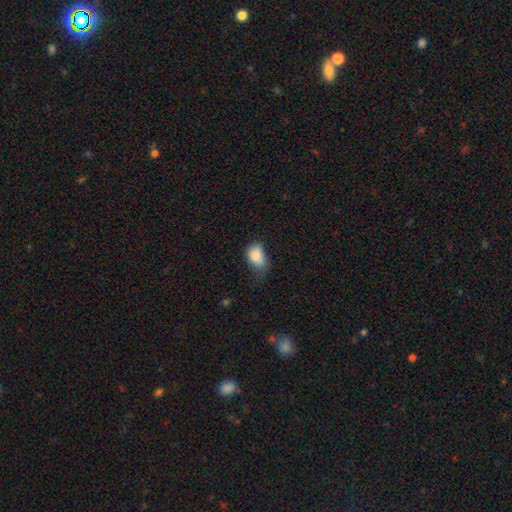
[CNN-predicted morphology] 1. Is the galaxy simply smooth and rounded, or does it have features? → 83% smooth, 9% star or artifact, 8% featured or disk.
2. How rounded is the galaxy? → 81% in between, 18% round, 1% cigar-shaped.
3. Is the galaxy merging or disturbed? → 42% minor disturbance, 39% none, 16% major disturbance, 3% merger.